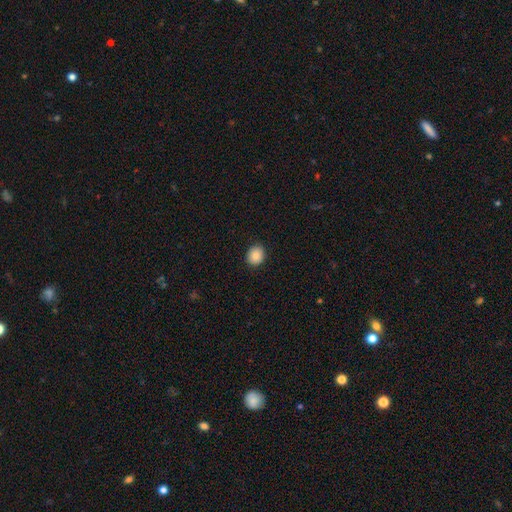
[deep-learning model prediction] Smooth or featured? smooth (87%)
How rounded? round (70%)
Merging? none (90%)